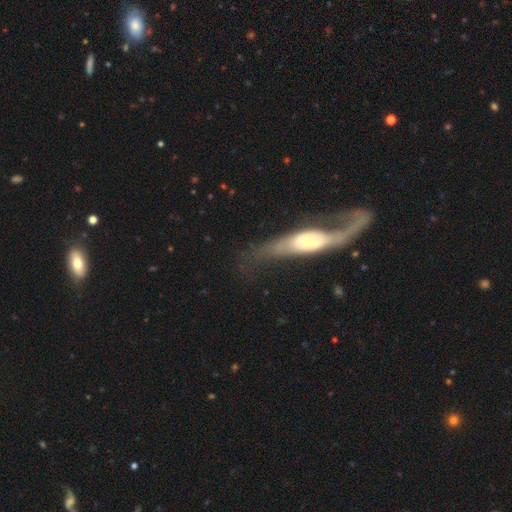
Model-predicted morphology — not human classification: A featured or disk galaxy (78%) with no bar (52%), spiral arms (87%) and a moderate central bulge (42%).

Vote fractions:
- Smooth or featured? featured or disk: 78% / smooth: 15% / star or artifact: 7%
- Edge-on disk? no: 72% / yes: 28%
- Bar? no: 52% / weak: 29% / strong: 19%
- Spiral arms? yes: 87% / no: 13%
- Bulge size? moderate: 42% / small: 31% / large: 18% / none: 5% / dominant: 5%
- Merging? none: 45% / major disturbance: 33% / minor disturbance: 17% / merger: 5%